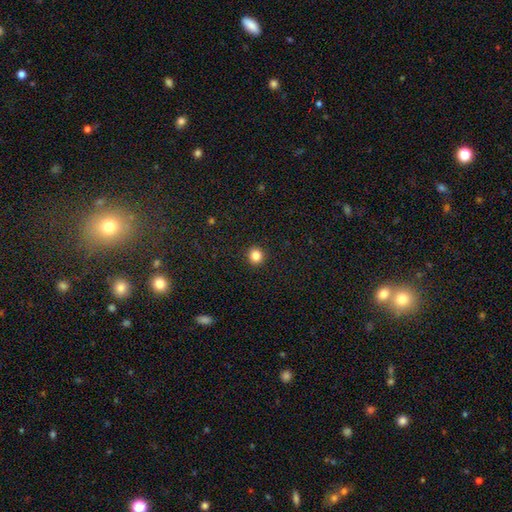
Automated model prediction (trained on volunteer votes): smooth_or_featured: smooth (p=0.84) [alt: star or artifact p=0.11]
how_rounded: round (p=0.90) [alt: in between p=0.09]
merging: none (p=0.93) [alt: minor disturbance p=0.05]